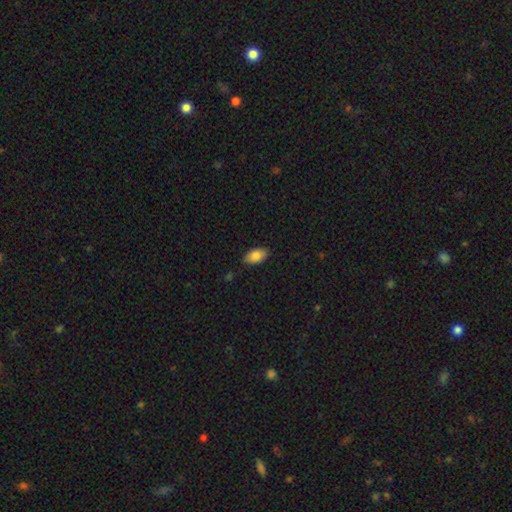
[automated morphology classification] This appears to be a smooth galaxy with no disk features (85%) that is in between round and cigar-shaped (93%). Merging: none (84%).